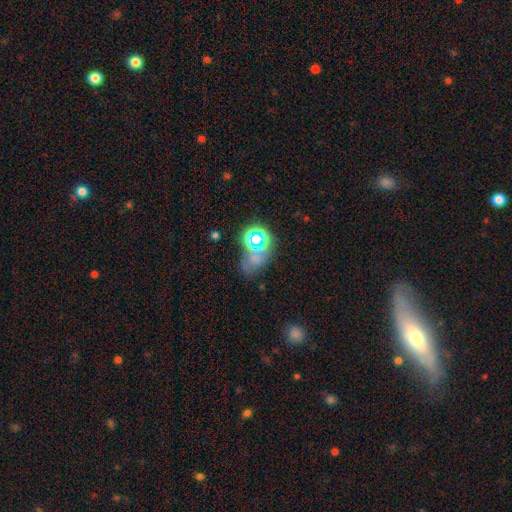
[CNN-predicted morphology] Smooth or featured?
  - star or artifact: 52% *
  - smooth: 31%
  - featured or disk: 17%